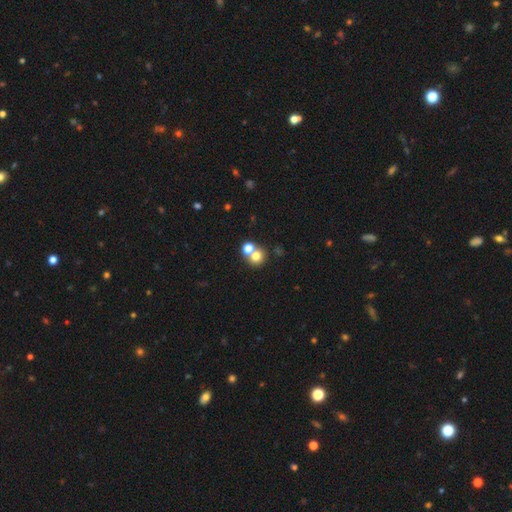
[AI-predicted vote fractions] The model was most divided on "merging": none: 49%, merger: 42%, minor disturbance: 6%, major disturbance: 3%. More confident: how rounded — round (84%); smooth or featured — smooth (73%).